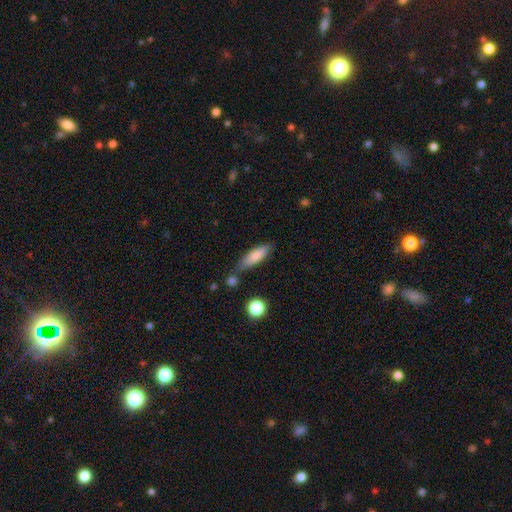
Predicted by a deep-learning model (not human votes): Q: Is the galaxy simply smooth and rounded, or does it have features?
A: smooth — 80%.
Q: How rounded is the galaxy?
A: in between — 50%.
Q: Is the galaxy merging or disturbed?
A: none — 66%.